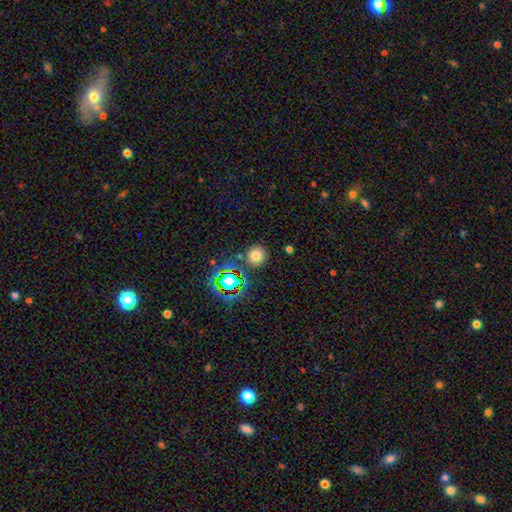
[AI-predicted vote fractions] smooth-or-featured: smooth: 71% | star or artifact: 21% | featured or disk: 8%
  how-rounded: round: 94% | in between: 5% | cigar-shaped: 1%
  merging: none: 83% | minor disturbance: 8% | merger: 5% | major disturbance: 3%